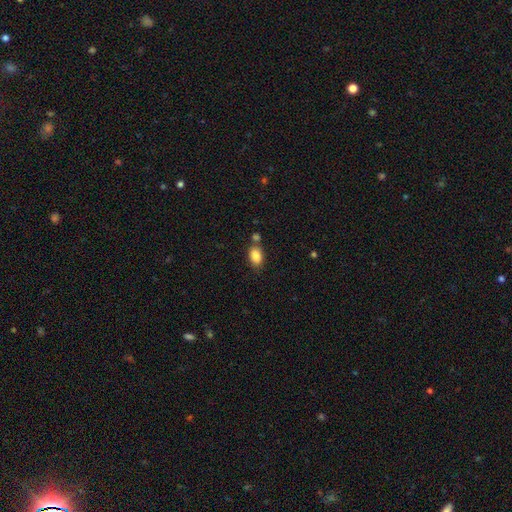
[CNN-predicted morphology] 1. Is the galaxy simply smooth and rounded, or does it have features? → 87% smooth, 8% star or artifact, 5% featured or disk.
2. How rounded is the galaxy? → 86% in between, 12% round, 2% cigar-shaped.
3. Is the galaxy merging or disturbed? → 67% none, 16% merger, 14% minor disturbance, 4% major disturbance.